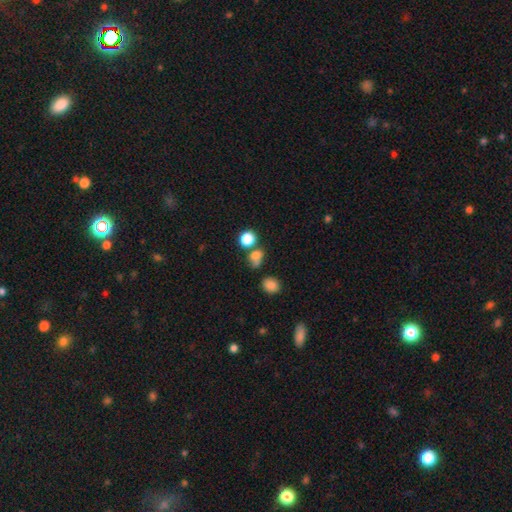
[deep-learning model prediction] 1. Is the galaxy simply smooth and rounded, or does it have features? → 77% smooth, 16% star or artifact, 7% featured or disk.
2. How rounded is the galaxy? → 67% round, 31% in between, 2% cigar-shaped.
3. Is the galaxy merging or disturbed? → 54% none, 25% merger, 14% minor disturbance, 7% major disturbance.